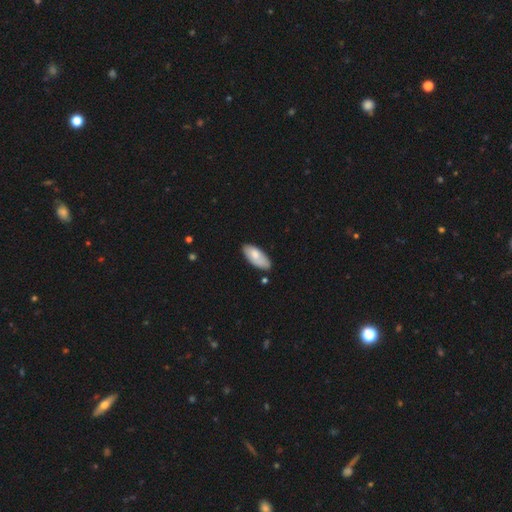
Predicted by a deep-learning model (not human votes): Morphology: type=smooth (78%); roundness=in between (89%); merging=none (73%).